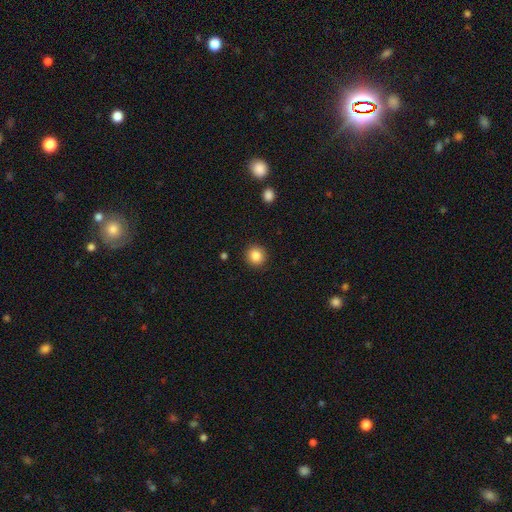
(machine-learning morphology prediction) Smooth or featured? Predicted: smooth (p=0.86). How rounded? Predicted: round (p=0.92). Merging? Predicted: none (p=0.92).